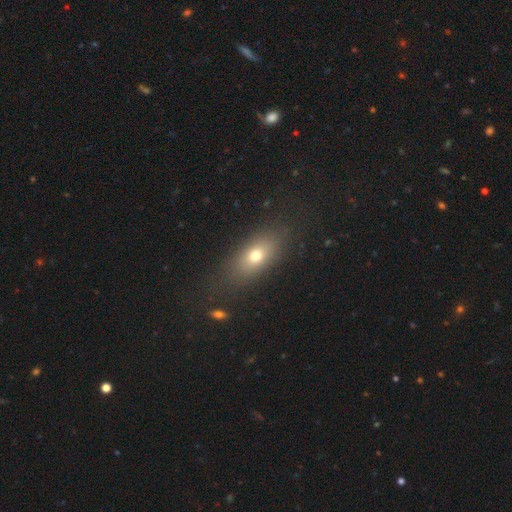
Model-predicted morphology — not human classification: Smooth or featured? smooth (70%)
How rounded? in between (76%)
Merging? none (80%)